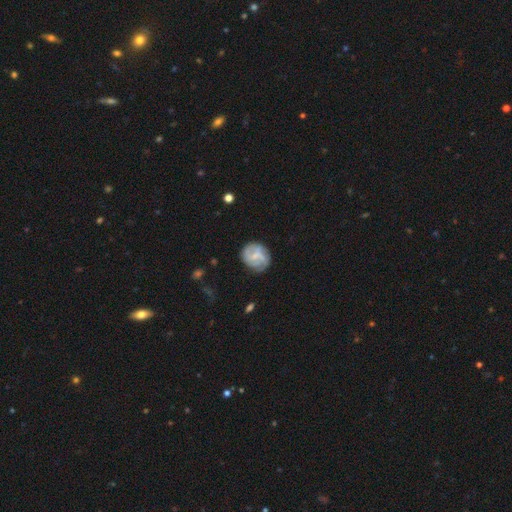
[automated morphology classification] Smooth or featured? Predicted: featured or disk (p=0.61). Edge-on disk? Predicted: no (p=0.98). Bar? Predicted: weak (p=0.48). Spiral arms? Predicted: yes (p=0.79). Bulge size? Predicted: small (p=0.48). Merging? Predicted: none (p=0.71).